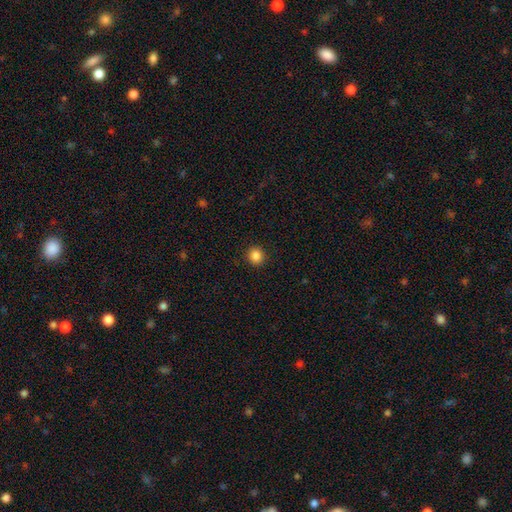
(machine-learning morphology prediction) smooth_or_featured: smooth (p=0.86) [alt: star or artifact p=0.10]
how_rounded: round (p=0.88) [alt: in between p=0.12]
merging: none (p=0.92) [alt: minor disturbance p=0.05]